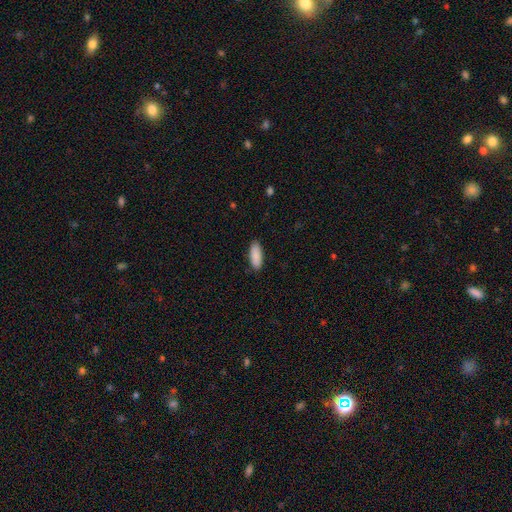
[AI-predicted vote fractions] The model was most divided on "how rounded": in between: 75%, cigar-shaped: 24%, round: 2%. More confident: smooth or featured — smooth (90%); merging — none (89%).